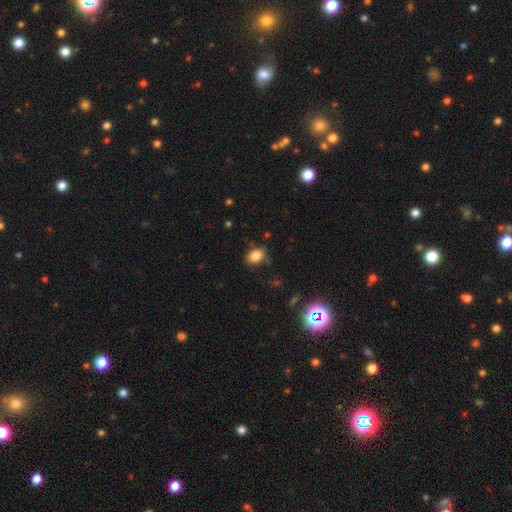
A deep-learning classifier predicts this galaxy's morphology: Q: Smooth or featured?
A: smooth (84%); runner-up: star or artifact (10%)
Q: How rounded?
A: in between (76%); runner-up: round (23%)
Q: Merging?
A: none (75%); runner-up: minor disturbance (18%)